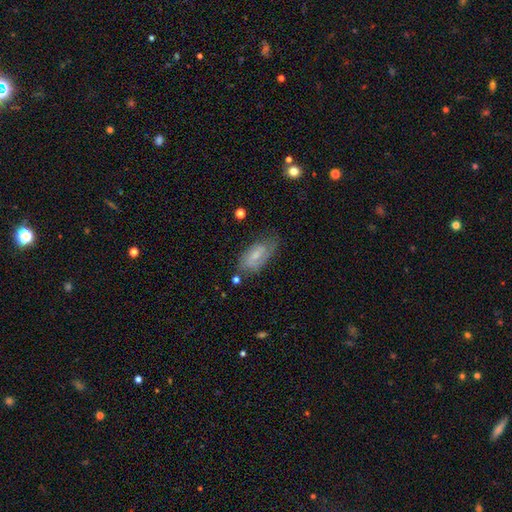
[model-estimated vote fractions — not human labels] Overall: featured or disk (54%; smooth 38%). Edge-on disk: no (92%). Merging: none (60%; minor disturbance 27%).